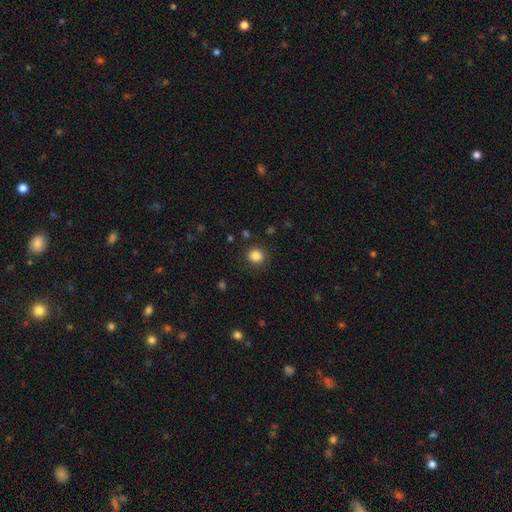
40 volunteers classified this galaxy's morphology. This is clearly a smooth galaxy (82%). How rounded: clearly round (91%). Merging: clearly none (92%).